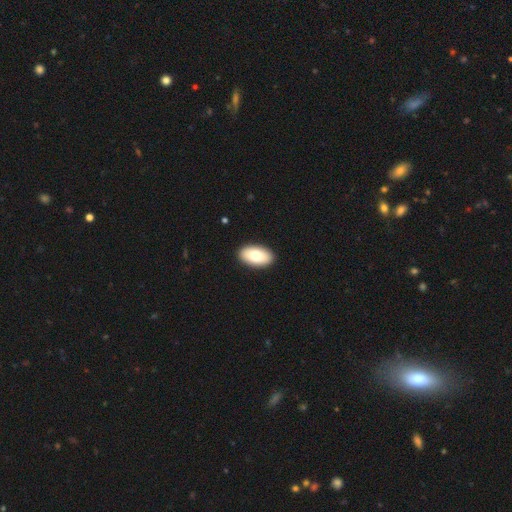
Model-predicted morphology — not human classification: This is likely a smooth galaxy (78%). How rounded: clearly in between (95%). Merging: clearly none (91%).